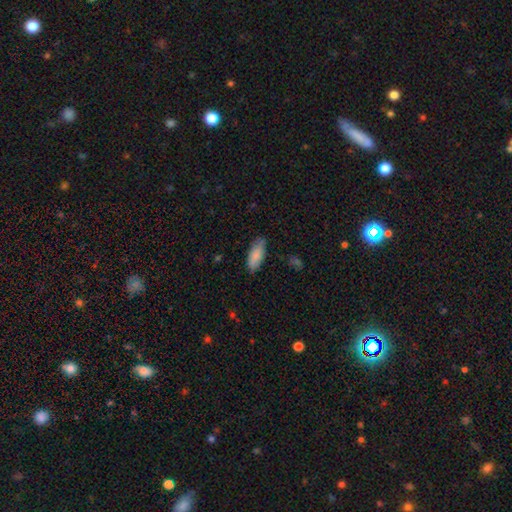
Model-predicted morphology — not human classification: A smooth galaxy with no disk features (85%) that is in between round and cigar-shaped (80%).

Vote fractions:
- Smooth or featured? smooth: 85% / featured or disk: 9% / star or artifact: 6%
- How rounded? in between: 80% / cigar-shaped: 18% / round: 2%
- Merging? none: 78% / minor disturbance: 18% / major disturbance: 3% / merger: 1%